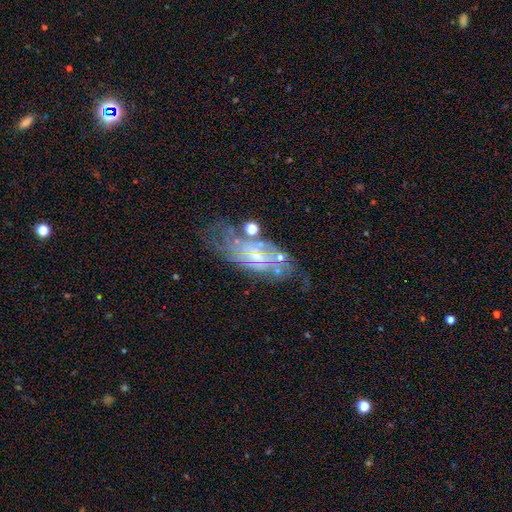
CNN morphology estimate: Overall: featured or disk (72%). Edge-on disk: no (87%). Bar: no (51%; weak 38%). Spiral arms: yes (76%). Bulge size: small (64%). Merging: none (60%; minor disturbance 22%).